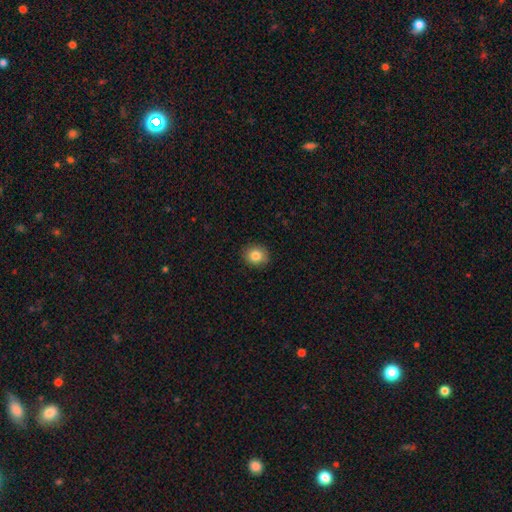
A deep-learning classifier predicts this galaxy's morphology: Overall: smooth (83%). How rounded: round (76%). Merging: none (90%).